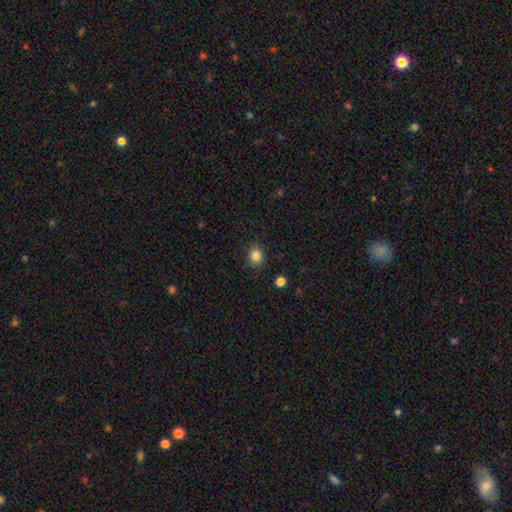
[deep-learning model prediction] smooth 85%, star or artifact 11%, featured or disk 4%. Down the decision tree: how rounded — round (65%); merging — none (86%).